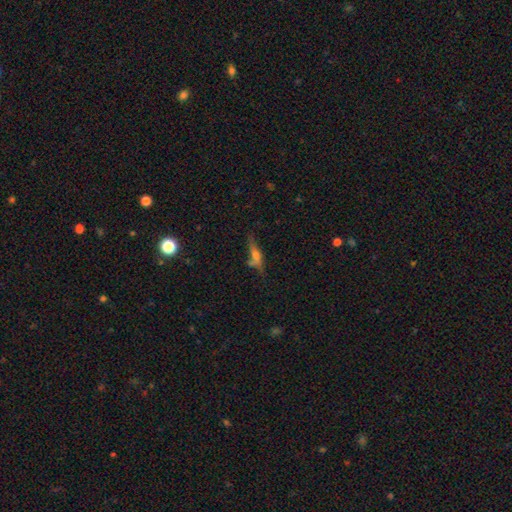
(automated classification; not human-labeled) Smooth or featured: featured or disk — 43% (tied with smooth — 43%)
Merging: none — 50% (minor disturbance — 23%)